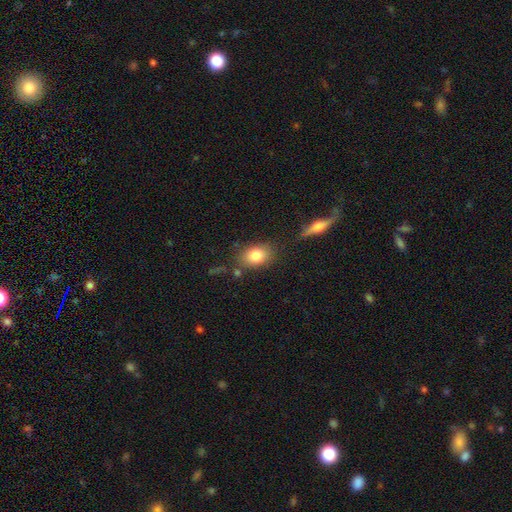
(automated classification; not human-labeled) Overall: smooth (82%). How rounded: in between (75%). Merging: none (75%).